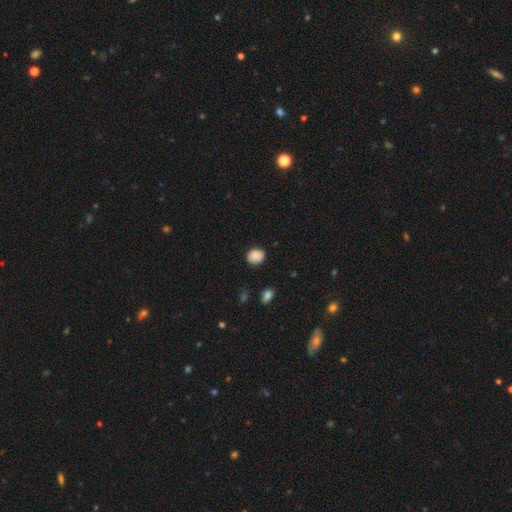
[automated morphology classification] A smooth galaxy with no disk features (85%) that is round (60%).

Vote fractions:
- Smooth or featured? smooth: 85% / star or artifact: 8% / featured or disk: 6%
- How rounded? round: 60% / in between: 39% / cigar-shaped: 1%
- Merging? none: 80% / minor disturbance: 15% / major disturbance: 3% / merger: 2%